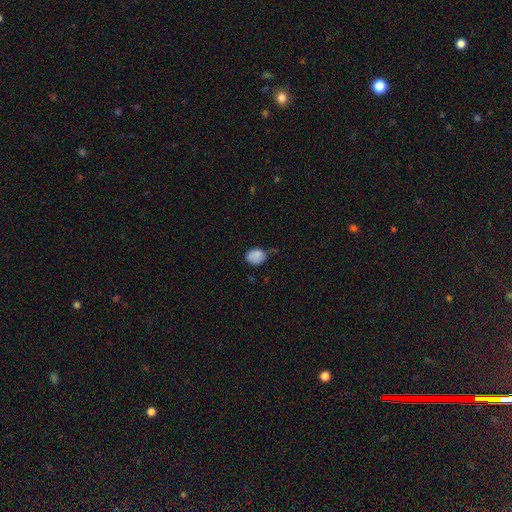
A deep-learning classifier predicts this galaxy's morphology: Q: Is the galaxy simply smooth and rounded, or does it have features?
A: smooth — 84%.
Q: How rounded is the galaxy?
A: in between — 60%.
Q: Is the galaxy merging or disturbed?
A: none — 55%.